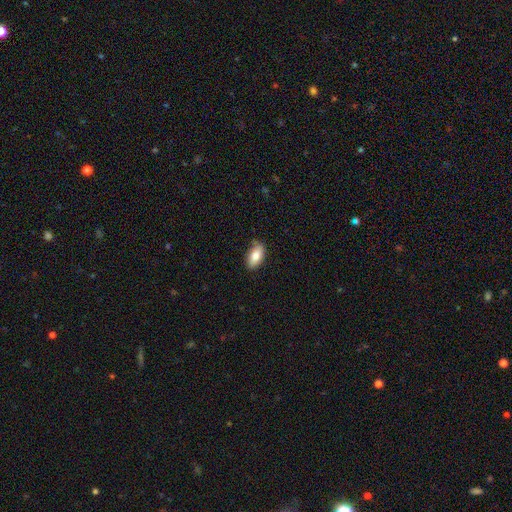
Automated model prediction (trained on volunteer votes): Smooth or featured?
  - smooth: 81% *
  - featured or disk: 13%
  - star or artifact: 7%
How rounded?
  - in between: 92% *
  - cigar-shaped: 5%
  - round: 3%
Merging?
  - none: 76% *
  - minor disturbance: 20%
  - major disturbance: 3%
  - merger: 2%